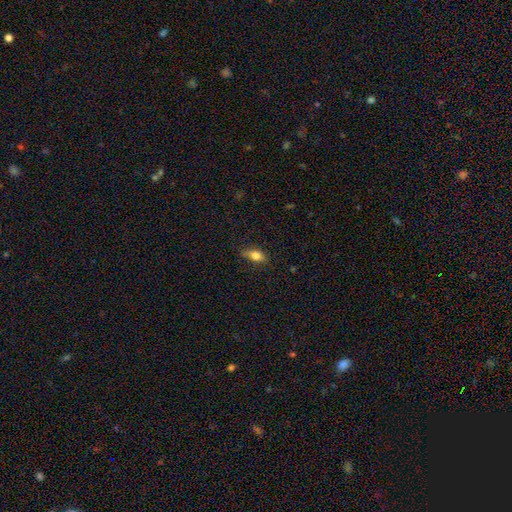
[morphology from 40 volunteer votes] smooth-or-featured: smooth: 75% | featured or disk: 12% | star or artifact: 12%
  how-rounded: in between: 90% | cigar-shaped: 10% | round: 0%
  merging: none: 74% | minor disturbance: 20% | major disturbance: 6% | merger: 0%